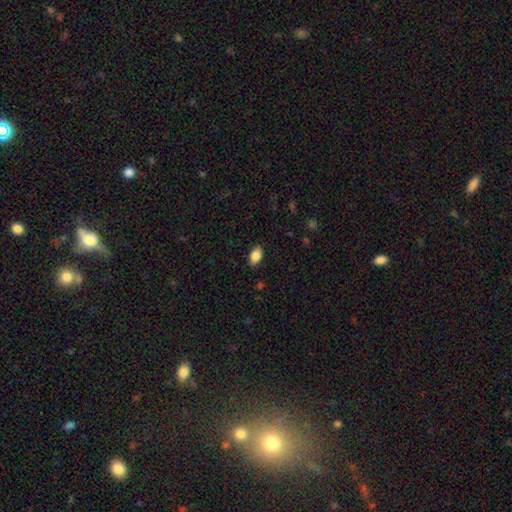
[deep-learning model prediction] smooth-or-featured: smooth: 85% | star or artifact: 8% | featured or disk: 7%
  how-rounded: in between: 92% | round: 5% | cigar-shaped: 3%
  merging: none: 88% | minor disturbance: 9% | major disturbance: 2% | merger: 1%